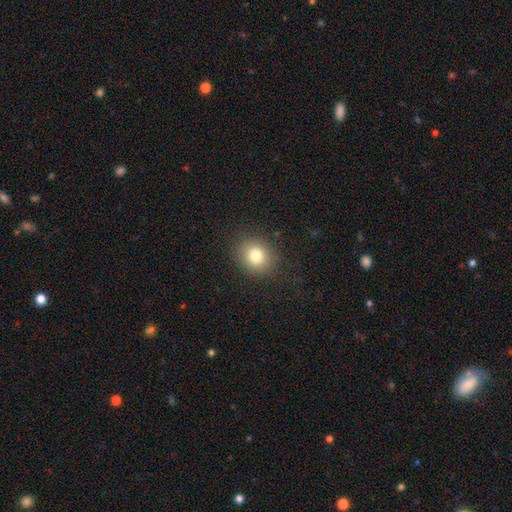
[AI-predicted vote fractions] Morphology: type=smooth (80%); roundness=round (75%); merging=none (87%).